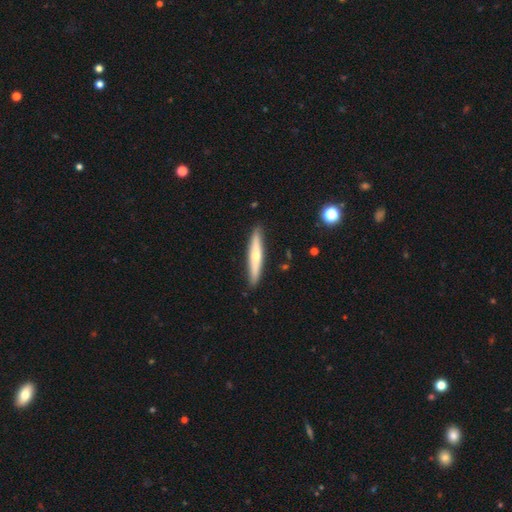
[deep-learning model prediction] The model was most divided on "smooth or featured": smooth: 48%, featured or disk: 47%, star or artifact: 5%. More confident: merging — none (90%).